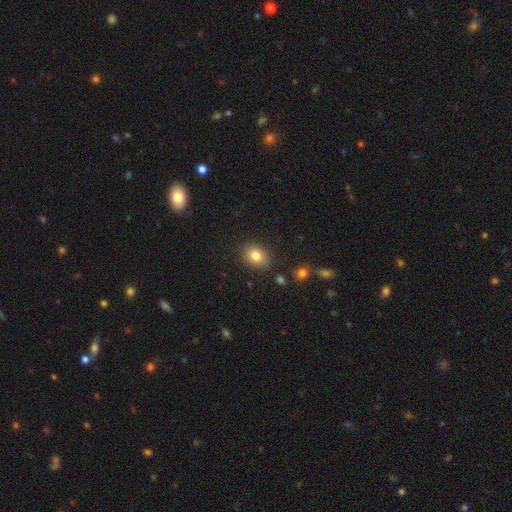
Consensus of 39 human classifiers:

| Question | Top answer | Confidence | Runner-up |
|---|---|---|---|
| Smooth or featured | smooth | 82% | featured or disk (13%) |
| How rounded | in between | 59% | round (41%) |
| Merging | none | 95% | minor disturbance (5%) |